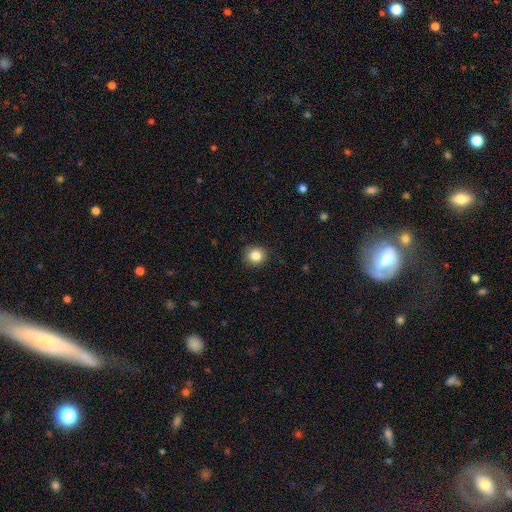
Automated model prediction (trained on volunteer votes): The model was most divided on "smooth or featured": smooth: 84%, star or artifact: 11%, featured or disk: 5%. More confident: how rounded — round (89%); merging — none (89%).